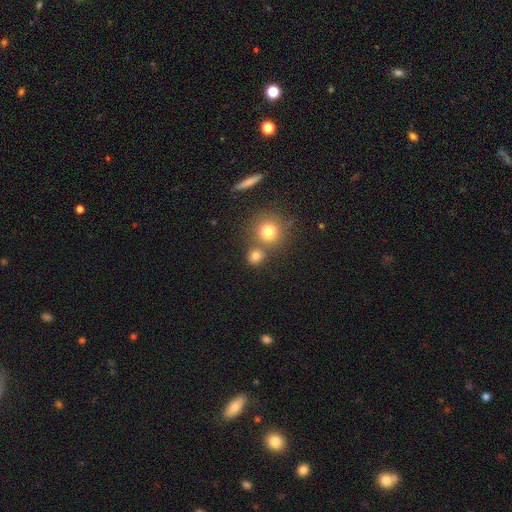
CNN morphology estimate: Smooth or featured: smooth — 77% (star or artifact — 16%)
How rounded: round — 84% (in between — 14%)
Merging: none — 67% (merger — 22%)